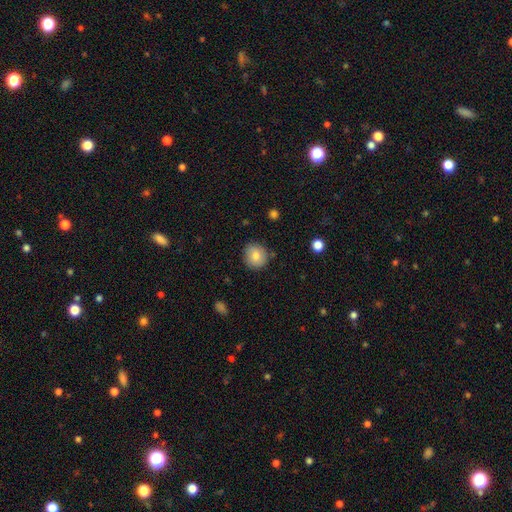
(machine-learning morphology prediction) smooth_or_featured: smooth (p=0.81) [alt: featured or disk p=0.11]
how_rounded: round (p=0.86) [alt: in between p=0.13]
merging: none (p=0.82) [alt: minor disturbance p=0.13]